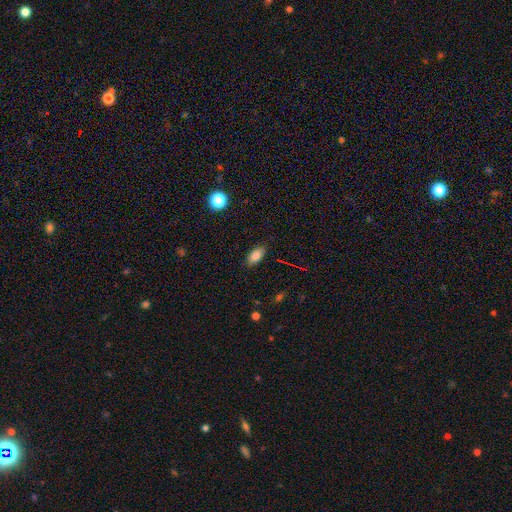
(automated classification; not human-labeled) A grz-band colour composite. It shows a smooth galaxy with no disk features (82%) that is in between round and cigar-shaped (90%). Merging: none (87%).